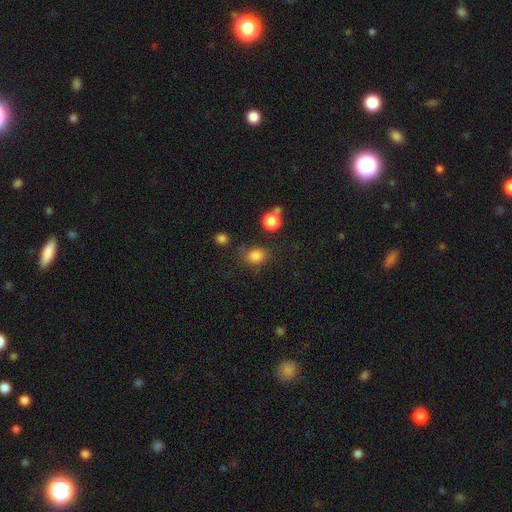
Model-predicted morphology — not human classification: The model was most divided on "how rounded": round: 54%, in between: 44%, cigar-shaped: 1%. More confident: smooth or featured — smooth (83%); merging — none (70%).